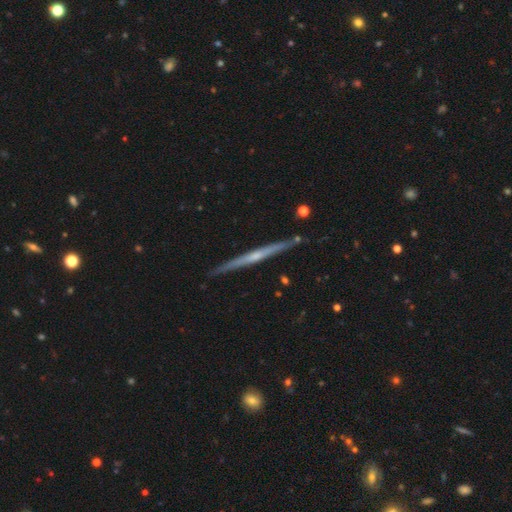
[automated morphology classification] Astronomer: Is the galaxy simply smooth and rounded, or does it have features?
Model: featured or disk — 76%.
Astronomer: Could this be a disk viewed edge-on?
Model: yes — 98%.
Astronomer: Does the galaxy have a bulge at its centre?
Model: none — 51% (runner-up: rounded, 43%).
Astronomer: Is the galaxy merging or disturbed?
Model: none — 90%.